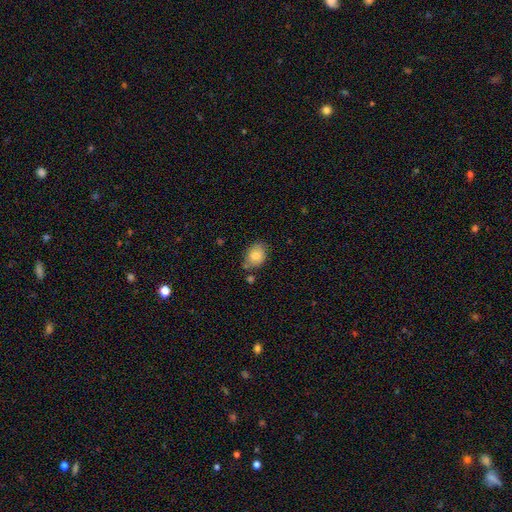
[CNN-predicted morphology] Smooth or featured? Predicted: smooth (p=0.81). How rounded? Predicted: in between (p=0.63). Merging? Predicted: none (p=0.69).